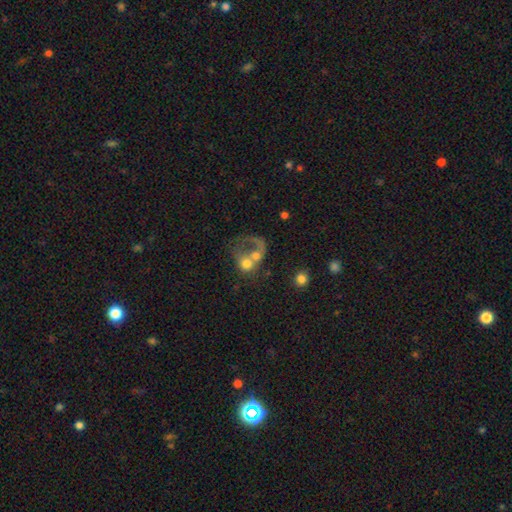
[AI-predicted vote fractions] smooth 45% (tied), featured or disk 45% (tied), star or artifact 10%. Down the decision tree: merging — merger (62%).